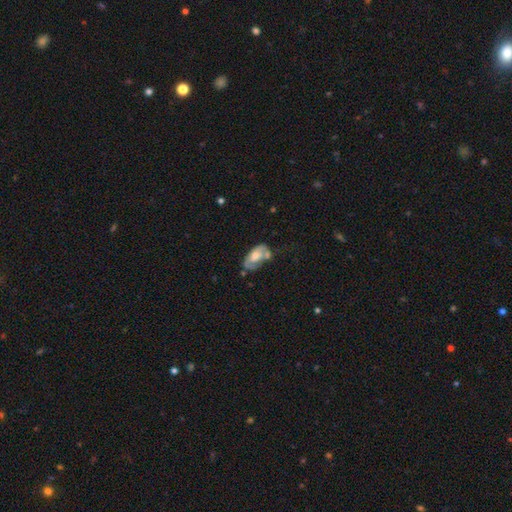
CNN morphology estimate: A featured or disk galaxy (53%).

Vote fractions:
- Smooth or featured? featured or disk: 53% / smooth: 40% / star or artifact: 6%
- Edge-on disk? no: 92% / yes: 8%
- Merging? none: 40% / minor disturbance: 27% / merger: 18% / major disturbance: 15%